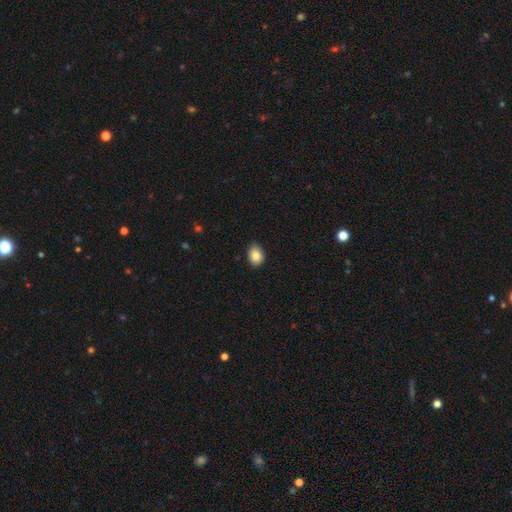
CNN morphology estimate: Smooth or featured? Predicted: smooth (p=0.85). How rounded? Predicted: in between (p=0.69). Merging? Predicted: none (p=0.80).